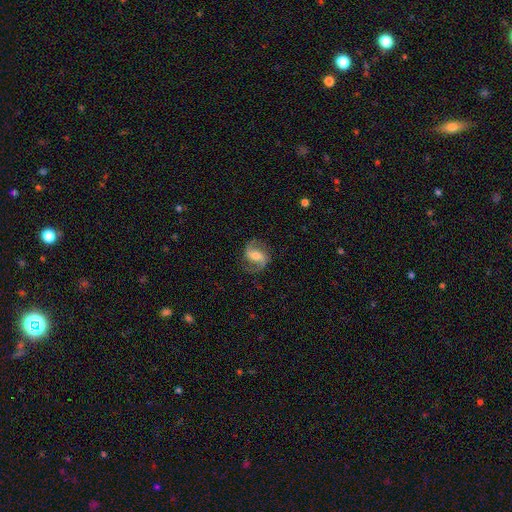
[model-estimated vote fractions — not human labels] Q: Smooth or featured?
A: featured or disk (82%); runner-up: smooth (11%)
Q: Edge-on disk?
A: no (97%); runner-up: yes (3%)
Q: Bar?
A: weak (44%); runner-up: strong (28%)
Q: Spiral arms?
A: yes (96%); runner-up: no (4%)
Q: Spiral winding?
A: medium (46%); runner-up: loose (42%)
Q: Spiral arm count?
A: 2 (91%); runner-up: 1 (3%)
Q: Bulge size?
A: moderate (53%); runner-up: small (32%)
Q: Merging?
A: none (79%); runner-up: minor disturbance (13%)